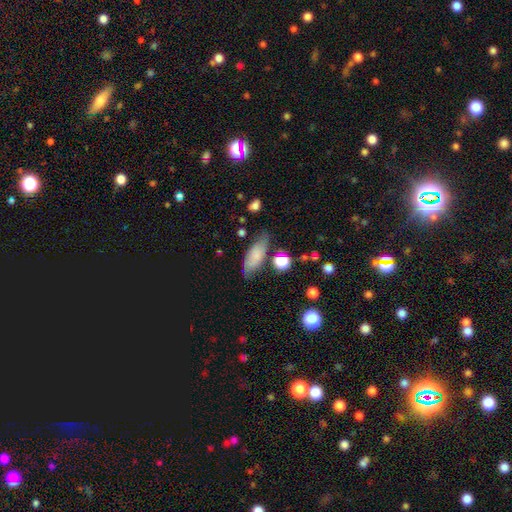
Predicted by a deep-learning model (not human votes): Smooth or featured? smooth (77%)
How rounded? in between (76%)
Merging? none (69%)